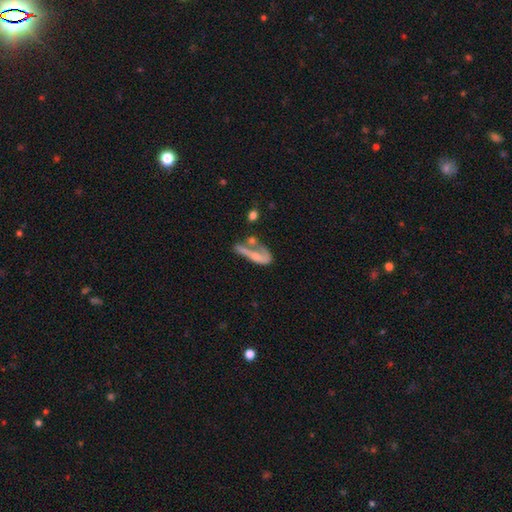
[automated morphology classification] type=featured or disk (51%); edge-on=no (76%); merging=merger (32%).